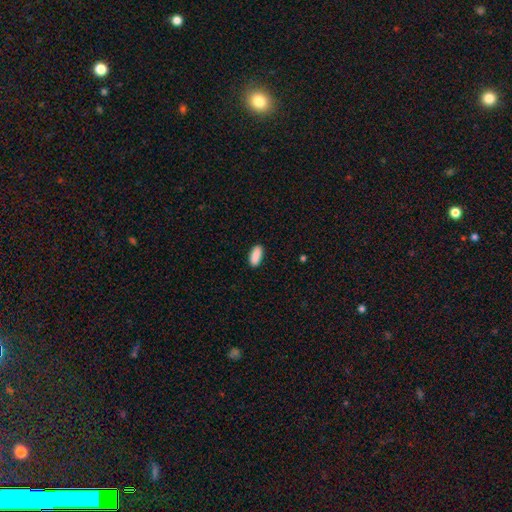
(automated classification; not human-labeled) smooth 91%, star or artifact 6%, featured or disk 3%. Down the decision tree: how rounded — in between (85%); merging — none (89%).